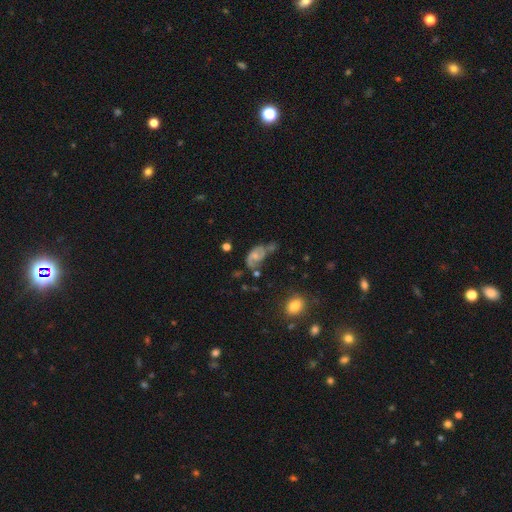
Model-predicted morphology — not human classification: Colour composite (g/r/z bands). It shows a featured or disk galaxy (66%) with no bar (64%), 2 (59%) medium (43%) spiral arms (80%) and a small central bulge (47%). Merging: none (32%).